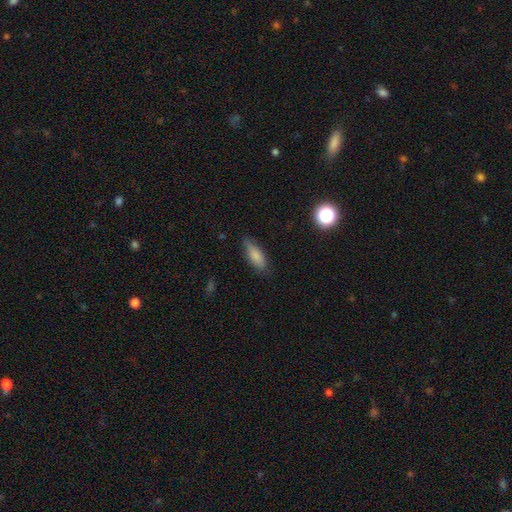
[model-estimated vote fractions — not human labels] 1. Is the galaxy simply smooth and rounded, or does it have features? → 82% smooth, 11% featured or disk, 7% star or artifact.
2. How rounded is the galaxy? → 68% in between, 30% cigar-shaped, 2% round.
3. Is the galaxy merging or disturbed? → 78% none, 18% minor disturbance, 3% major disturbance, 1% merger.